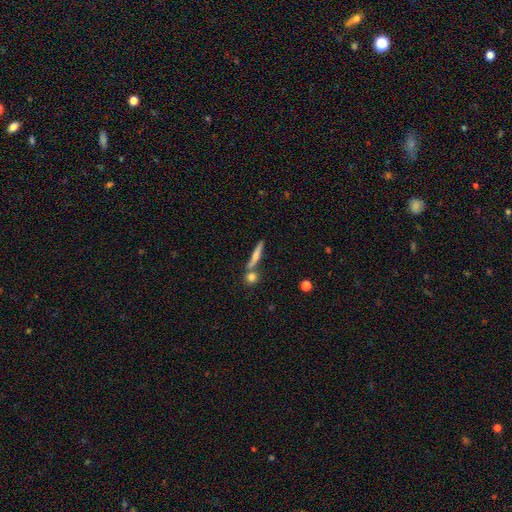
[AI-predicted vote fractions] A featured or disk galaxy (49%).

Vote fractions:
- Smooth or featured? featured or disk: 49% / smooth: 41% / star or artifact: 10%
- Merging? none: 72% / merger: 16% / minor disturbance: 9% / major disturbance: 3%